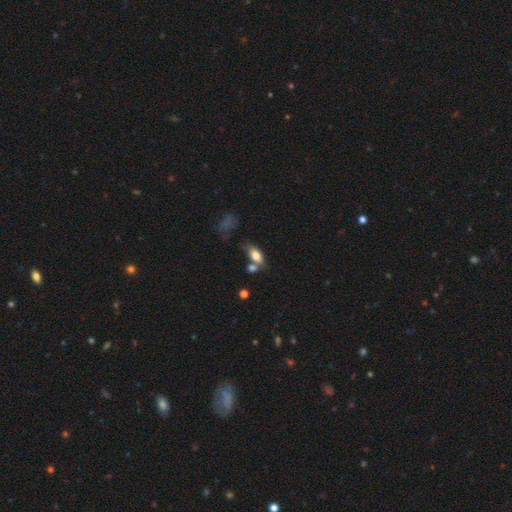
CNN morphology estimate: Smooth or featured?
  - smooth: 77% *
  - featured or disk: 14%
  - star or artifact: 9%
How rounded?
  - in between: 86% *
  - cigar-shaped: 9%
  - round: 5%
Merging?
  - none: 49% *
  - merger: 26%
  - minor disturbance: 18%
  - major disturbance: 8%